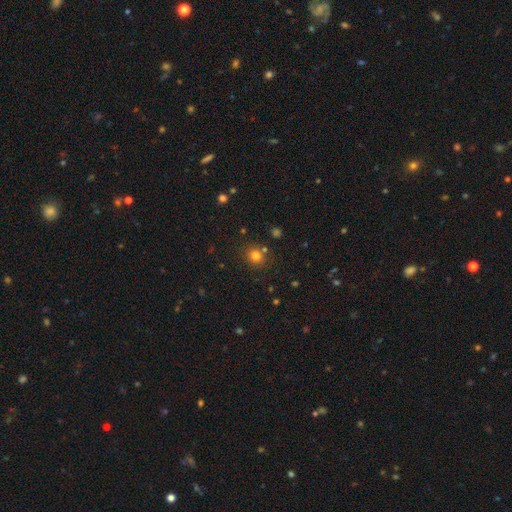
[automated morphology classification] Q: Smooth or featured?
A: smooth (77%); runner-up: star or artifact (16%)
Q: How rounded?
A: round (82%); runner-up: in between (17%)
Q: Merging?
A: none (80%); runner-up: minor disturbance (9%)